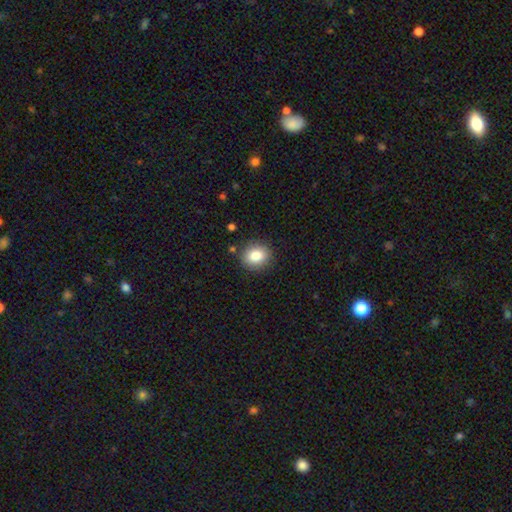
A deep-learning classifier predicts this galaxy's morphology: Overall: smooth (83%). How rounded: round (70%). Merging: none (88%).